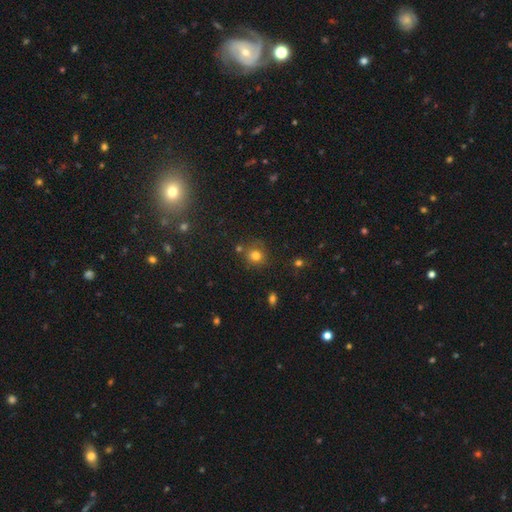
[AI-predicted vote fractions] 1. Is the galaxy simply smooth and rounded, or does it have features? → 78% smooth, 15% star or artifact, 8% featured or disk.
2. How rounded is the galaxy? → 81% round, 18% in between, 1% cigar-shaped.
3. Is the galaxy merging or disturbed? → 74% none, 14% minor disturbance, 8% merger, 4% major disturbance.